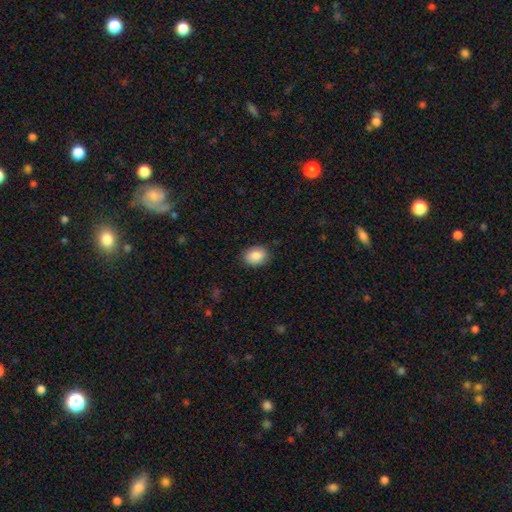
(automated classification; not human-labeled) This is clearly a smooth galaxy (87%). How rounded: likely in between (65%). Merging: clearly none (85%).